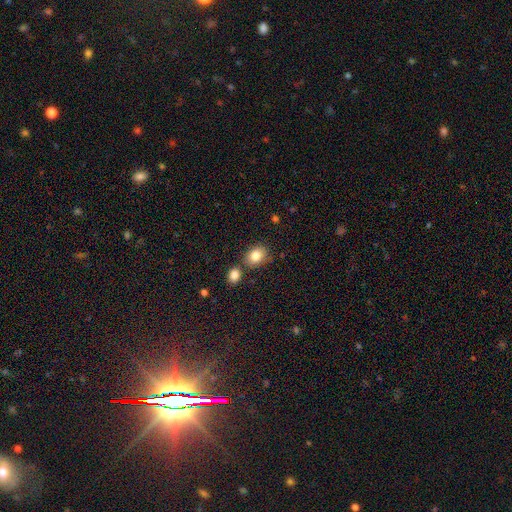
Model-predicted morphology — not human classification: A smooth galaxy with no disk features (83%) that is in between round and cigar-shaped (59%).

Vote fractions:
- Smooth or featured? smooth: 83% / star or artifact: 9% / featured or disk: 8%
- How rounded? in between: 59% / round: 40% / cigar-shaped: 1%
- Merging? none: 70% / merger: 15% / minor disturbance: 12% / major disturbance: 3%